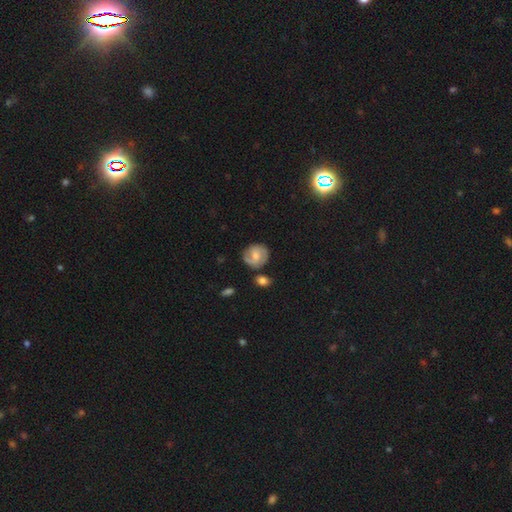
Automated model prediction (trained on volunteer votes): A featured or disk galaxy (59%) with a weak bar (47%), 2 (78%) medium (43%, tied with tight) spiral arms (88%) and a moderate central bulge (51%). Merging: none (73%).